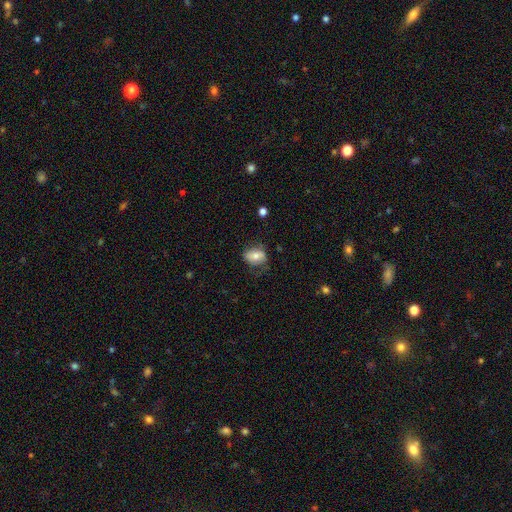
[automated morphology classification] A smooth galaxy with no disk features (66%) that is in between round and cigar-shaped (71%). Merging: none (59%).